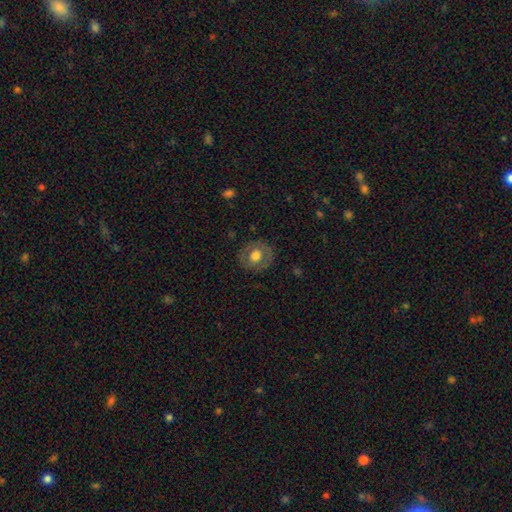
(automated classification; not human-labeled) Smooth or featured? smooth (57%)
How rounded? round (81%)
Merging? none (83%)